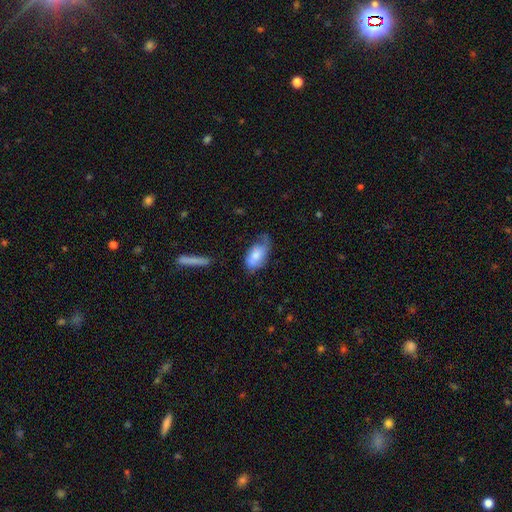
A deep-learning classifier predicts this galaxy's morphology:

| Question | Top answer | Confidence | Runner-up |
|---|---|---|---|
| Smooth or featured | smooth | 67% | featured or disk (26%) |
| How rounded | in between | 92% | round (4%) |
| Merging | none | 40% | minor disturbance (38%) |